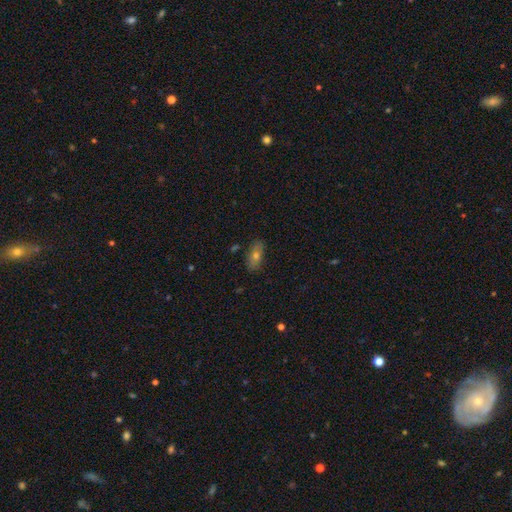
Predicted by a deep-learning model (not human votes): Smooth or featured: smooth — 62% (featured or disk — 25%)
How rounded: in between — 78% (cigar-shaped — 16%)
Merging: none — 84% (minor disturbance — 12%)